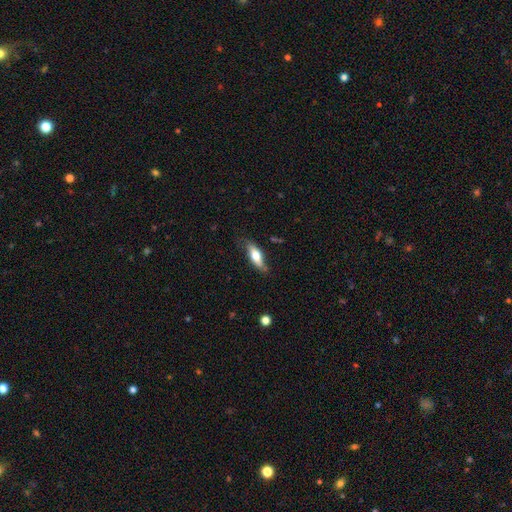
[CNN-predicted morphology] smooth-or-featured: smooth: 61% | featured or disk: 33% | star or artifact: 6%
  how-rounded: in between: 62% | cigar-shaped: 35% | round: 3%
  merging: none: 68% | minor disturbance: 24% | major disturbance: 6% | merger: 2%